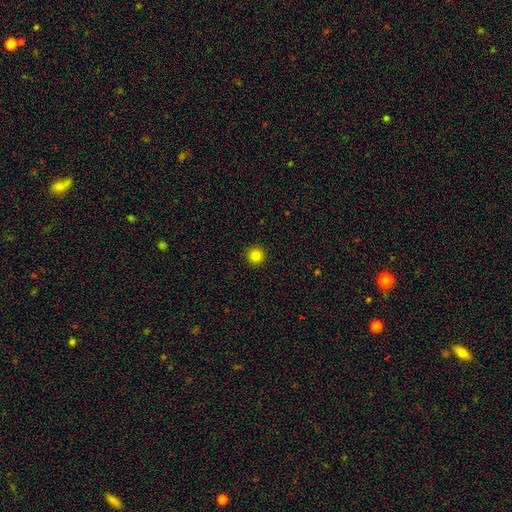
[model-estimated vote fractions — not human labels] Smooth or featured? Predicted: smooth (p=0.84). How rounded? Predicted: round (p=0.96). Merging? Predicted: none (p=0.93).